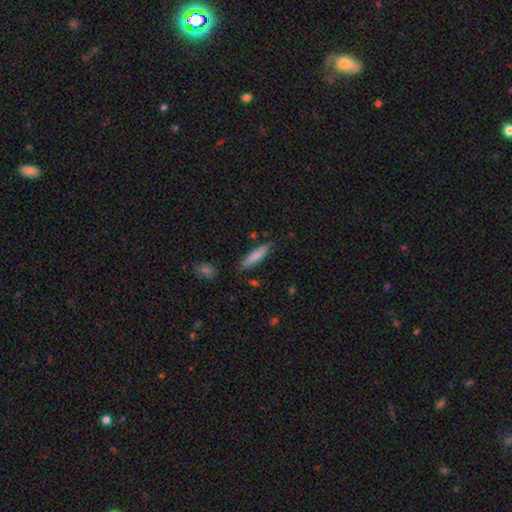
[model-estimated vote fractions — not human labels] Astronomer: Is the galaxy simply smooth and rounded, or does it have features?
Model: smooth — 83%.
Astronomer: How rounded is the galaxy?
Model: cigar-shaped — 74%.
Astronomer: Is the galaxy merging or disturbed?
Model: none — 82%.